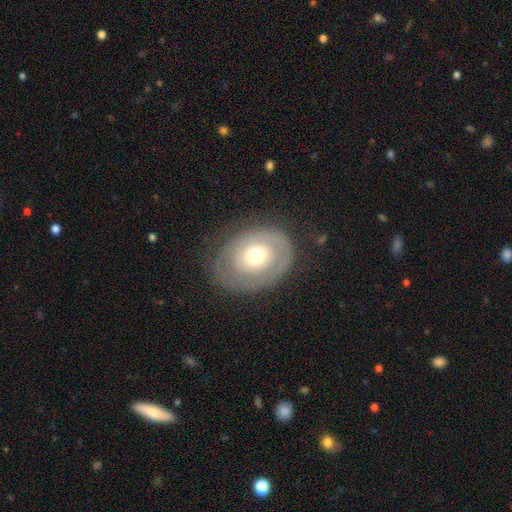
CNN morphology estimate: This is possibly a featured or disk galaxy (56%). It is clearly not viewed edge-on (95%). Bar: clearly no (87%). Spiral arm pattern: possibly no (53%). Central bulge: likely moderate (62%). Merging: likely none (69%).